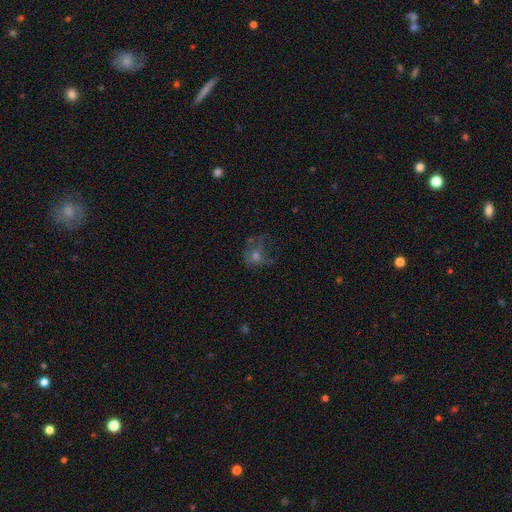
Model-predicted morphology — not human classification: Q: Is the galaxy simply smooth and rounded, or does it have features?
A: featured or disk — 39%, tied with smooth.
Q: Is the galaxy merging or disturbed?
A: none — 44%.